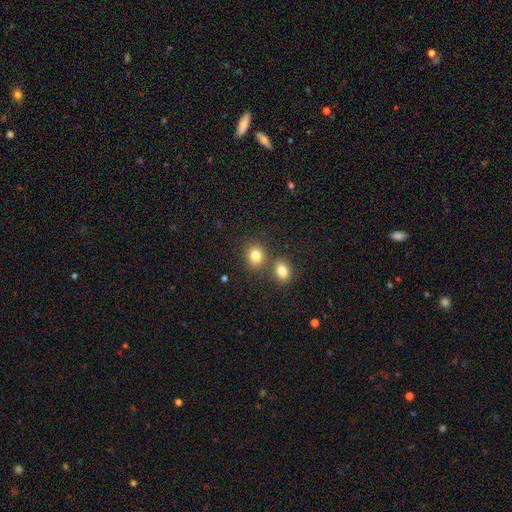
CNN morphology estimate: type=smooth (80%); roundness=round (69%); merging=none (65%).